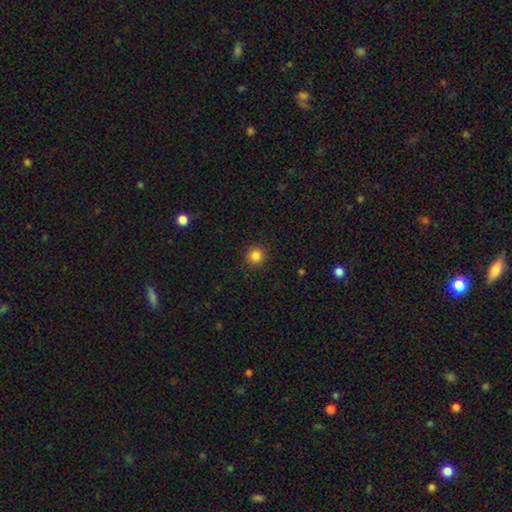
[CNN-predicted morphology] Overall: smooth (84%). How rounded: round (94%). Merging: none (92%).